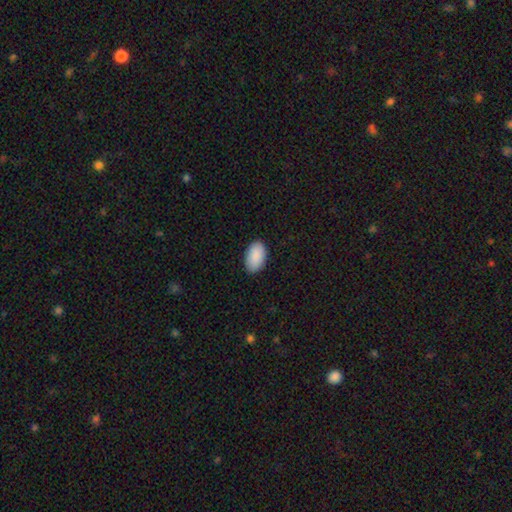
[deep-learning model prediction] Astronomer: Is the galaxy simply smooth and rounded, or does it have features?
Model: smooth — 91%.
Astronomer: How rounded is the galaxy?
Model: in between — 95%.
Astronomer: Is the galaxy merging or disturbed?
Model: none — 87%.